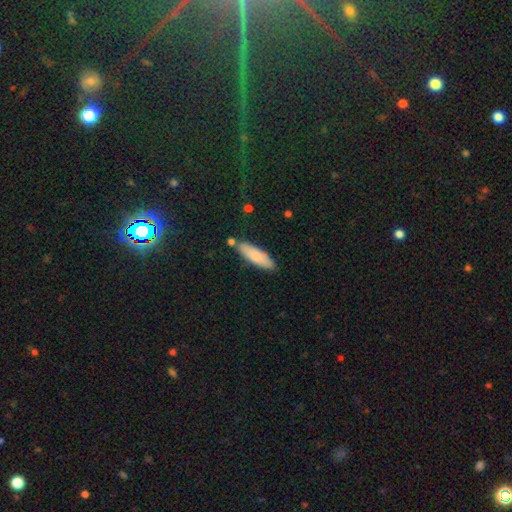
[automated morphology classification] Q: Smooth or featured?
A: smooth (80%); runner-up: featured or disk (14%)
Q: How rounded?
A: cigar-shaped (54%); runner-up: in between (44%)
Q: Merging?
A: none (81%); runner-up: minor disturbance (13%)